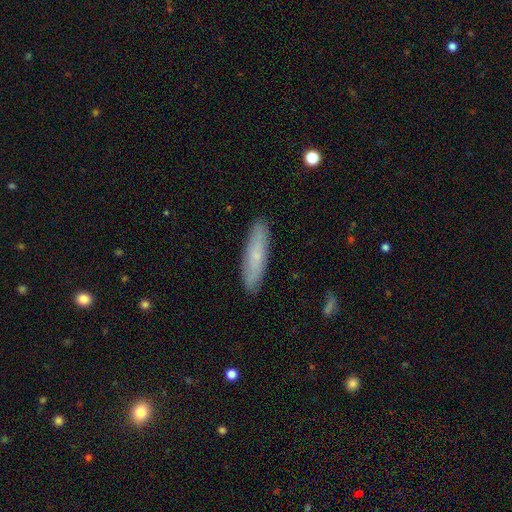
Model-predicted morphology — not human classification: This is likely a smooth galaxy (65%). How rounded: likely cigar-shaped (74%). Merging: clearly none (89%).